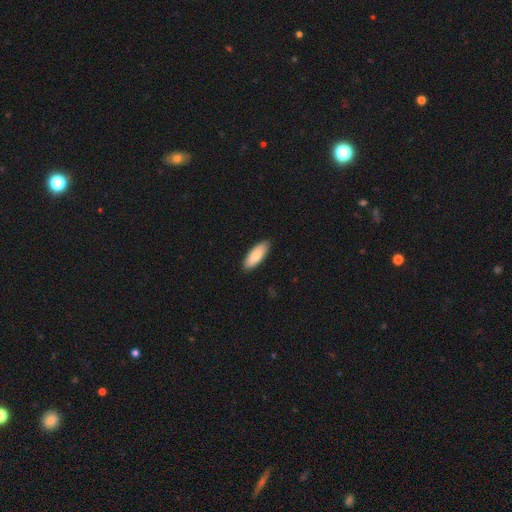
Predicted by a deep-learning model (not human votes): This appears to be a smooth galaxy with no disk features (83%) that is in between round and cigar-shaped (73%). Merging: none (90%).